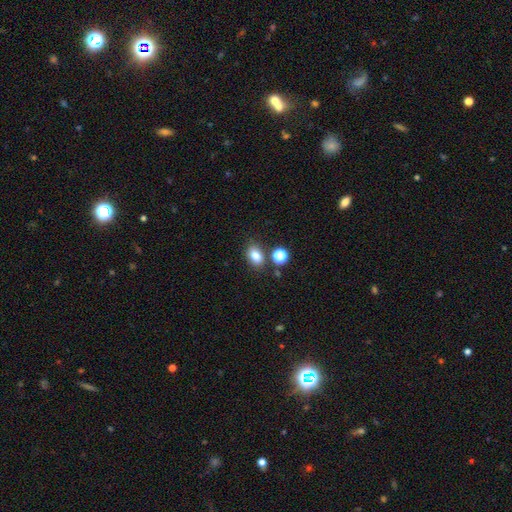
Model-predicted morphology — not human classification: Smooth or featured?
  - smooth: 81% *
  - star or artifact: 12%
  - featured or disk: 7%
How rounded?
  - in between: 74% *
  - round: 25%
  - cigar-shaped: 1%
Merging?
  - none: 75% *
  - minor disturbance: 12%
  - merger: 10%
  - major disturbance: 4%